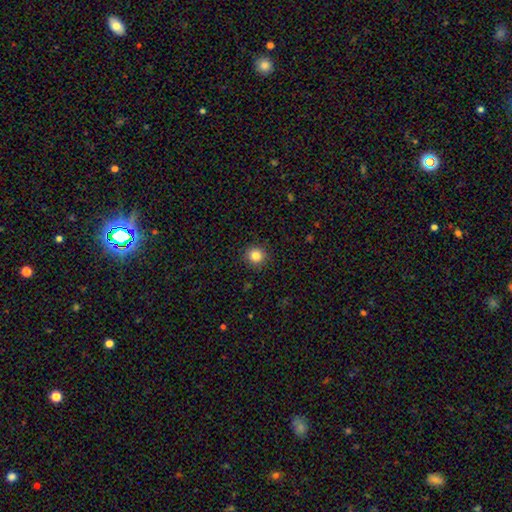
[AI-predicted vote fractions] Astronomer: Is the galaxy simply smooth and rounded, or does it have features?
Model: smooth — 83%.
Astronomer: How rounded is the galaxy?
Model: round — 93%.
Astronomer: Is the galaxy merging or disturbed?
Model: none — 92%.